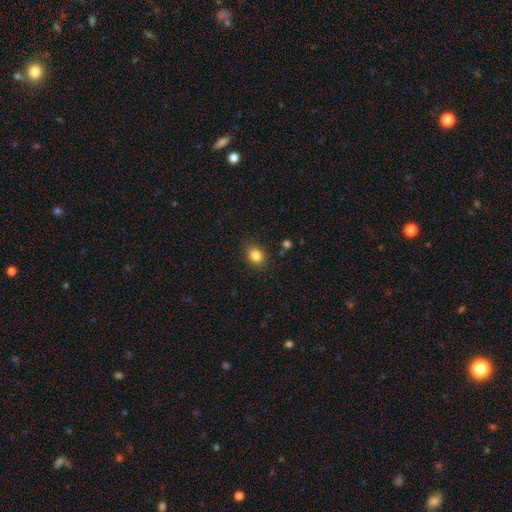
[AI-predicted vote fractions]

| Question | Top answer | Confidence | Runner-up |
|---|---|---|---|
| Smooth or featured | smooth | 84% | star or artifact (11%) |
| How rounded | round | 58% | in between (41%) |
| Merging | none | 87% | minor disturbance (9%) |